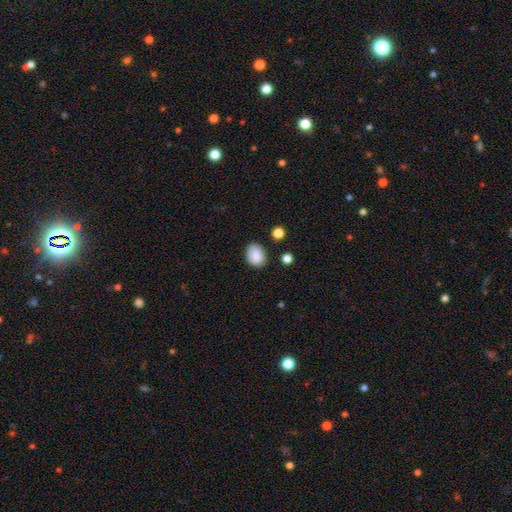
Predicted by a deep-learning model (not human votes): Smooth or featured? Predicted: smooth (p=0.87). How rounded? Predicted: in between (p=0.67). Merging? Predicted: none (p=0.76).